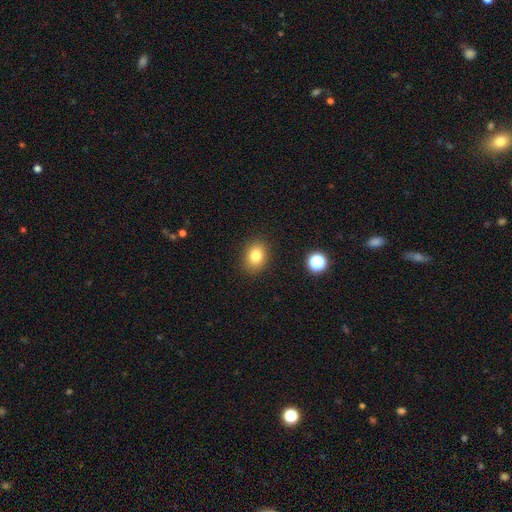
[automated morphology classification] smooth-or-featured: smooth: 80% | star or artifact: 11% | featured or disk: 8%
  how-rounded: in between: 57% | round: 42% | cigar-shaped: 1%
  merging: none: 88% | minor disturbance: 9% | major disturbance: 3% | merger: 1%